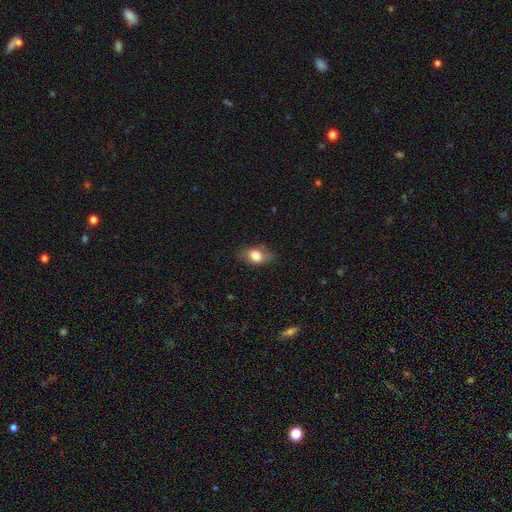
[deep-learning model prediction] This is likely a smooth galaxy (79%). How rounded: clearly in between (80%). Merging: likely none (72%).